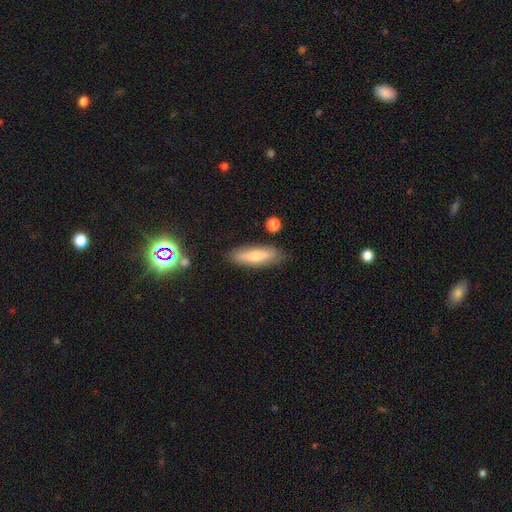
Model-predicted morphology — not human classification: A smooth galaxy with no disk features (60%) that is cigar-shaped (61%).

Vote fractions:
- Smooth or featured? smooth: 60% / featured or disk: 31% / star or artifact: 9%
- How rounded? cigar-shaped: 61% / in between: 36% / round: 3%
- Merging? none: 83% / minor disturbance: 12% / major disturbance: 3% / merger: 2%